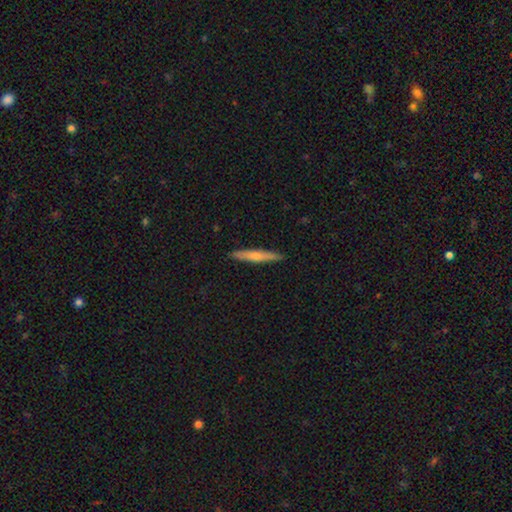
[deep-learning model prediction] Smooth or featured? Predicted: smooth (p=0.54). How rounded? Predicted: cigar-shaped (p=0.94). Merging? Predicted: none (p=0.91).